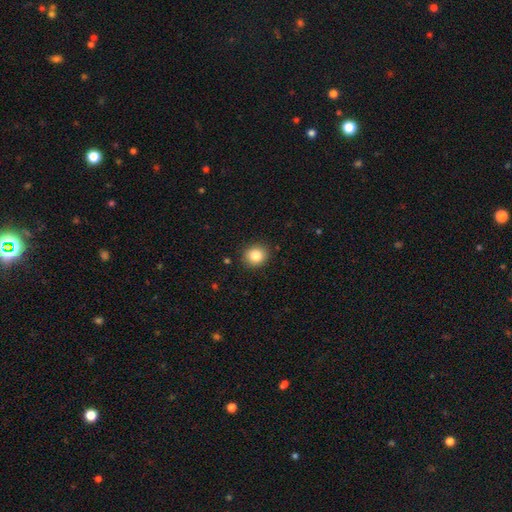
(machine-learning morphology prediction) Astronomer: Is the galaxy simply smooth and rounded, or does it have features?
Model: smooth — 84%.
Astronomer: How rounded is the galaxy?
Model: round — 81%.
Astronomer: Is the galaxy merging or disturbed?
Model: none — 90%.